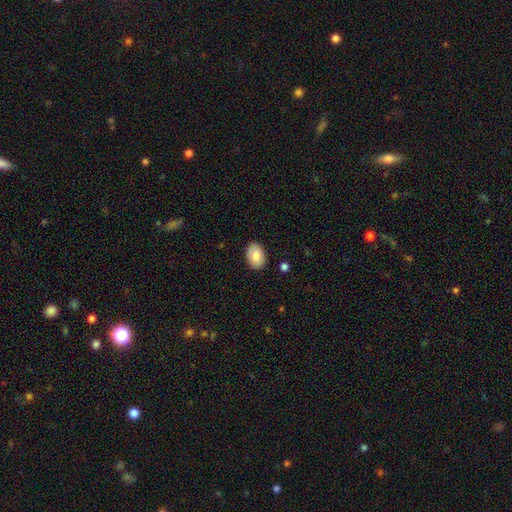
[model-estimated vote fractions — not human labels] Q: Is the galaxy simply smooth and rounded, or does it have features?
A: smooth — 81%.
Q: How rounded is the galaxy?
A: in between — 86%.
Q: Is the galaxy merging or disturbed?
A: none — 88%.